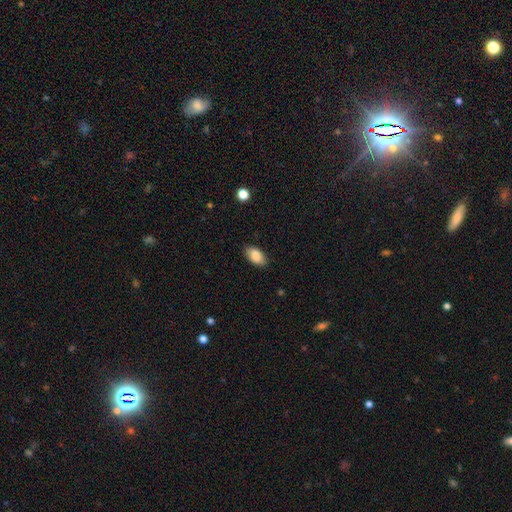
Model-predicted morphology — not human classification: This appears to be a smooth galaxy with no disk features (87%) that is in between round and cigar-shaped (93%). Merging: none (86%).